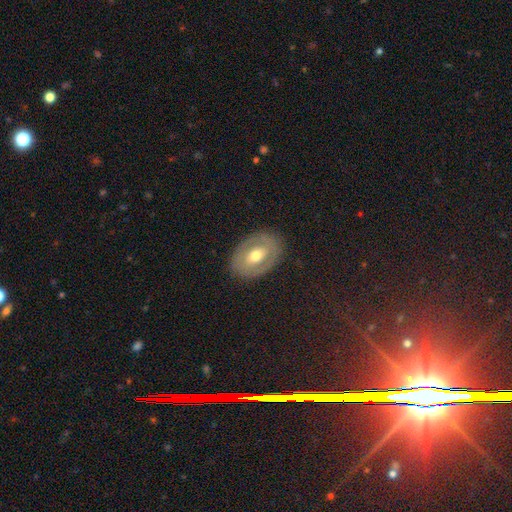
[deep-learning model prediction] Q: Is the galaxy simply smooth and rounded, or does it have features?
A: featured or disk — 53%.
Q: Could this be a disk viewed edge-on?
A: no — 91%.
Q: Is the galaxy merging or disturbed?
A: none — 83%.